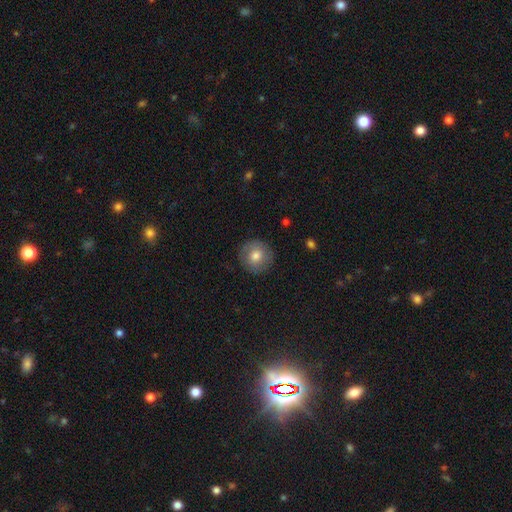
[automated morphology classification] Overall: smooth (75%). How rounded: round (94%). Merging: none (88%).